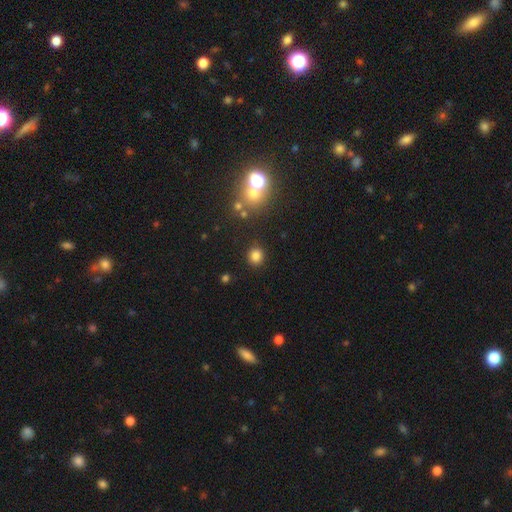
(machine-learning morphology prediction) smooth 80%, star or artifact 14%, featured or disk 5%. Down the decision tree: how rounded — round (86%); merging — none (87%).